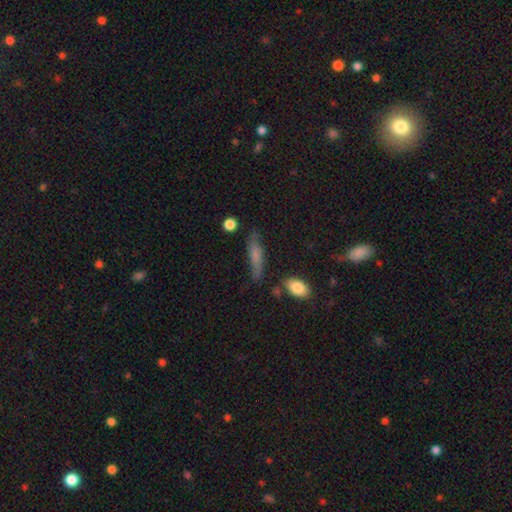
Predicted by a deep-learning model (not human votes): Smooth or featured? Predicted: smooth (p=0.60). How rounded? Predicted: cigar-shaped (p=0.70). Merging? Predicted: none (p=0.66).